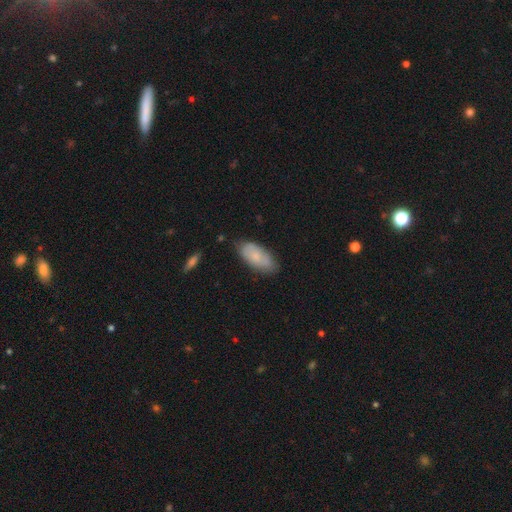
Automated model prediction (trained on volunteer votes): This appears to be a smooth galaxy with no disk features (72%) that is in between round and cigar-shaped (89%). Merging: none (71%).